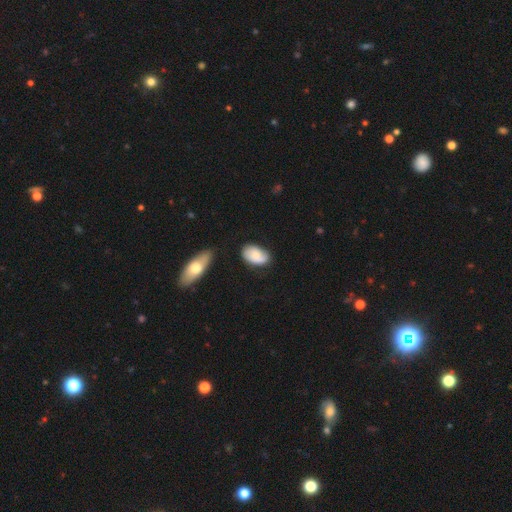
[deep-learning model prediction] smooth-or-featured: smooth: 68% | featured or disk: 25% | star or artifact: 7%
  how-rounded: in between: 92% | round: 7% | cigar-shaped: 2%
  merging: none: 62% | minor disturbance: 27% | major disturbance: 6% | merger: 5%